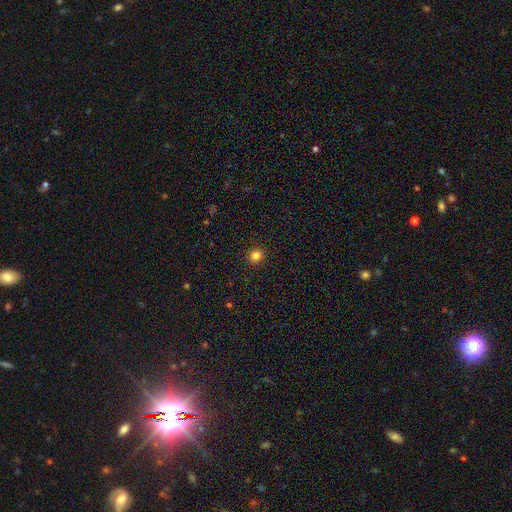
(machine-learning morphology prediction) The model was most divided on "smooth or featured": smooth: 82%, star or artifact: 13%, featured or disk: 5%. More confident: merging — none (92%); how rounded — round (91%).